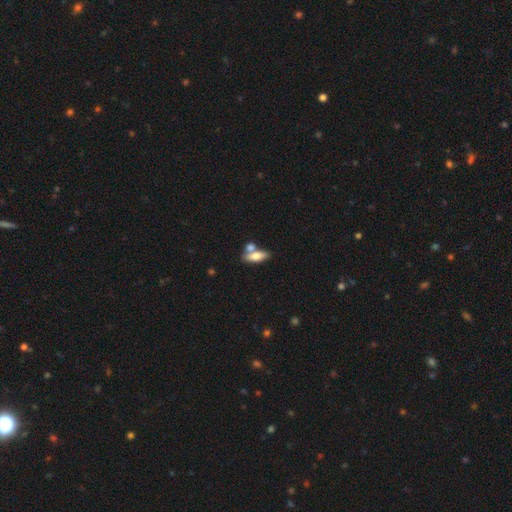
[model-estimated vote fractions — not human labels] Morphology: type=smooth (71%); roundness=in between (71%); merging=none (47%).